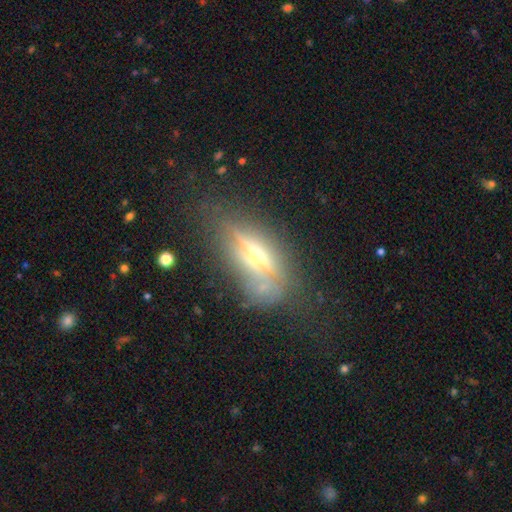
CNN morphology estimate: Smooth or featured? Predicted: featured or disk (p=0.65). Edge-on disk? Predicted: yes (p=0.76). Merging? Predicted: none (p=0.61).